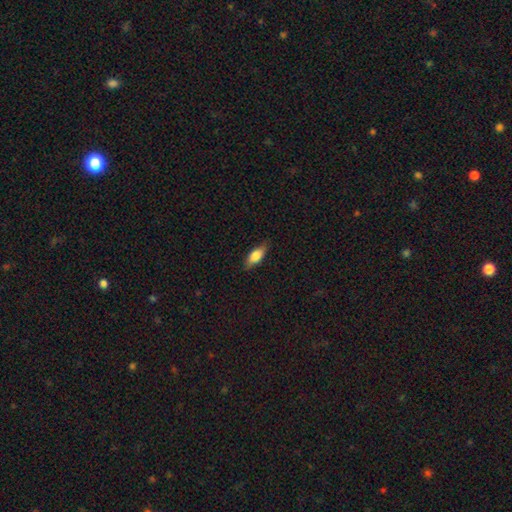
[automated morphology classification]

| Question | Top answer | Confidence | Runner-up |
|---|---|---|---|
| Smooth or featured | smooth | 76% | featured or disk (17%) |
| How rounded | in between | 76% | cigar-shaped (20%) |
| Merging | none | 81% | minor disturbance (15%) |